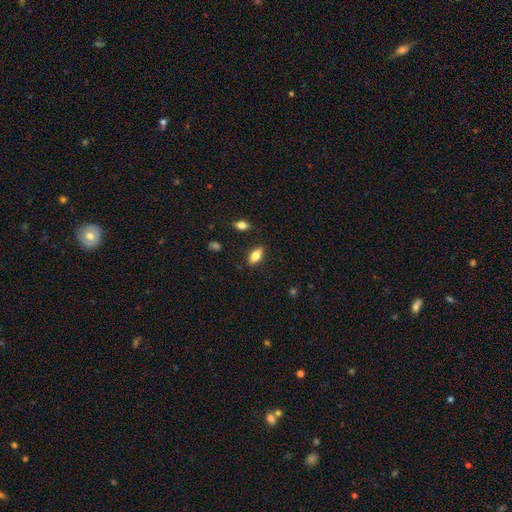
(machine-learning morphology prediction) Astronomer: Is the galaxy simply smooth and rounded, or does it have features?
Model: smooth — 69%.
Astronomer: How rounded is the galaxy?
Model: in between — 83%.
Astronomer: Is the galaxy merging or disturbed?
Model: none — 86%.